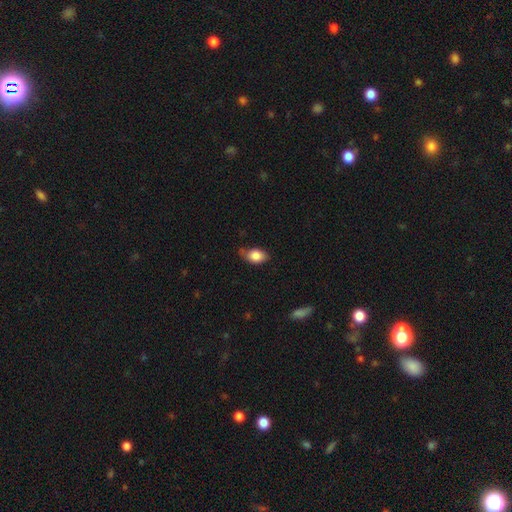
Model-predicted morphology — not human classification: smooth 82%, featured or disk 10%, star or artifact 8%. Down the decision tree: how rounded — in between (85%); merging — none (58%).